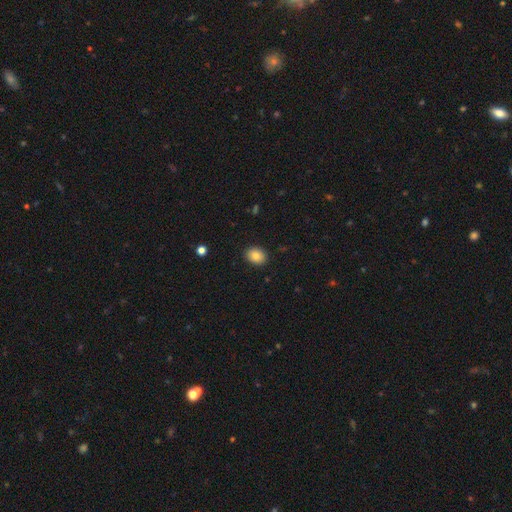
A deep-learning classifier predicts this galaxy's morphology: Overall: smooth (84%). How rounded: in between (57%; round 42%). Merging: none (90%).